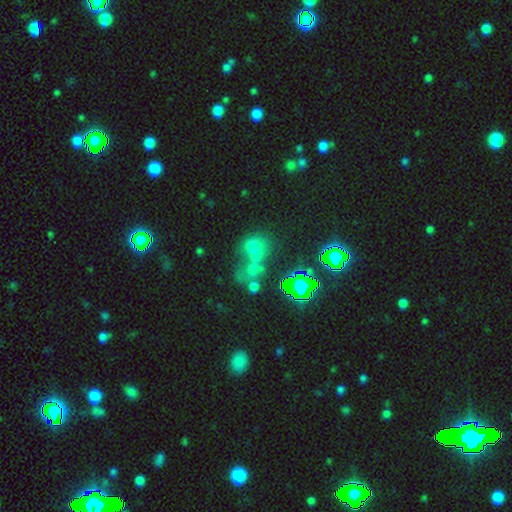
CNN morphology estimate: This appears to be a smooth galaxy with no disk features (42%). Merging: merger (55%).